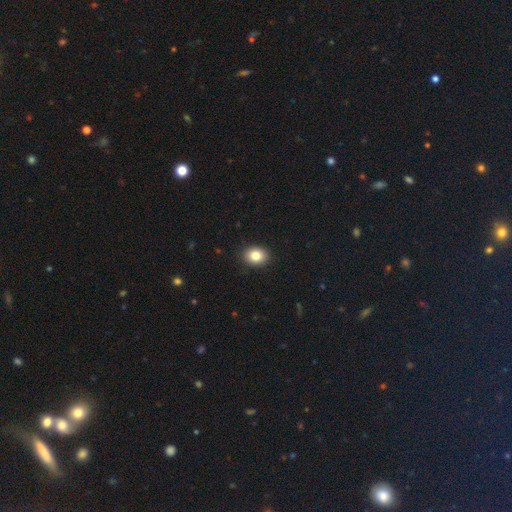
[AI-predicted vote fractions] Q: Smooth or featured?
A: smooth (84%); runner-up: star or artifact (9%)
Q: How rounded?
A: in between (57%); runner-up: round (43%)
Q: Merging?
A: none (91%); runner-up: minor disturbance (6%)